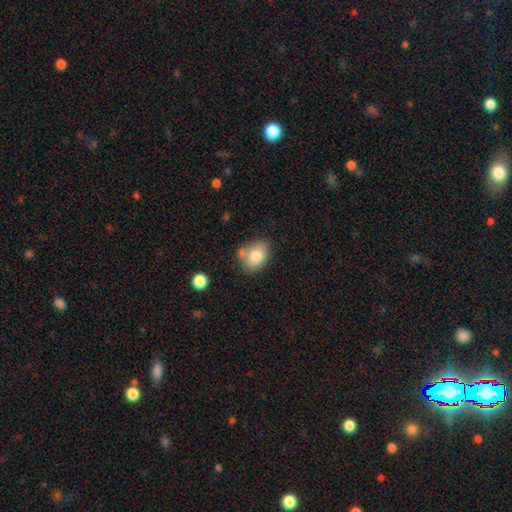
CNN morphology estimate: Smooth or featured? Predicted: smooth (p=0.80). How rounded? Predicted: in between (p=0.74). Merging? Predicted: none (p=0.59).